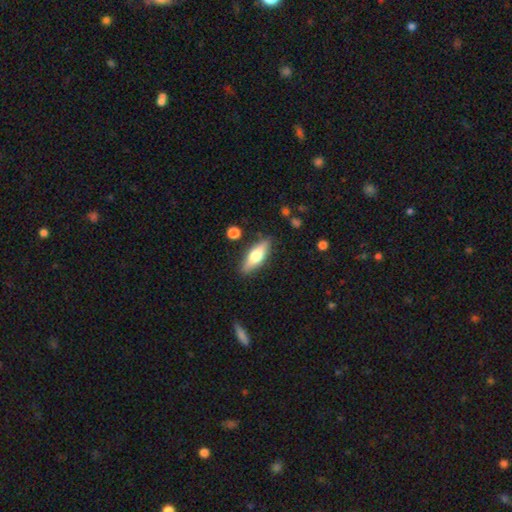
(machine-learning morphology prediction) A smooth galaxy with no disk features (59%) that is in between round and cigar-shaped (54%). Merging: none (85%).